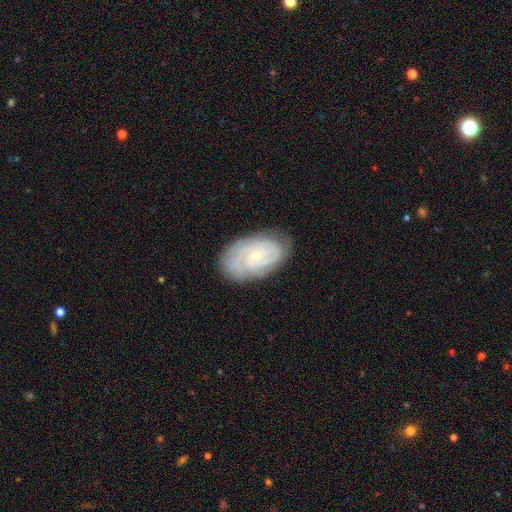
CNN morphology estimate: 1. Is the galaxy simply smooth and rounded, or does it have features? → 76% featured or disk, 17% smooth, 7% star or artifact.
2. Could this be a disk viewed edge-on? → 96% no, 4% yes.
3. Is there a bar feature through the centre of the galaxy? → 75% no, 21% weak, 4% strong.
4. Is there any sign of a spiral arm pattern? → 92% yes, 8% no.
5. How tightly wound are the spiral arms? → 74% tight, 21% medium, 5% loose.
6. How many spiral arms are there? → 40% can't tell, 21% 2, 17% 3, 12% 4, 6% more than 4, 5% 1.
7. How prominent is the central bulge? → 76% small, 21% moderate, 1% none, 1% large, 1% dominant.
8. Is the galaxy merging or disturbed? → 78% none, 16% minor disturbance, 4% major disturbance, 1% merger.